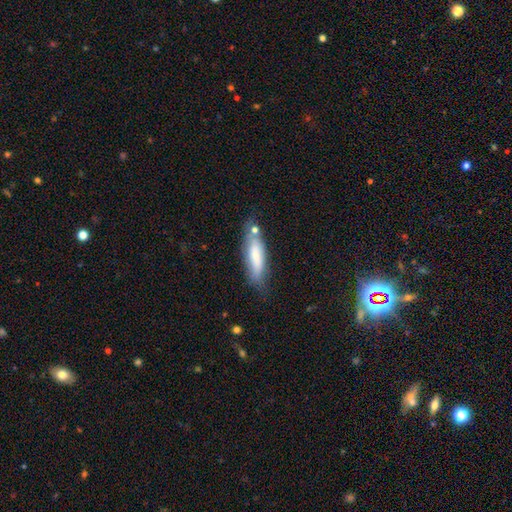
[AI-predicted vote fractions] Overall: smooth (67%). How rounded: cigar-shaped (59%; in between 39%). Merging: none (60%; minor disturbance 23%).